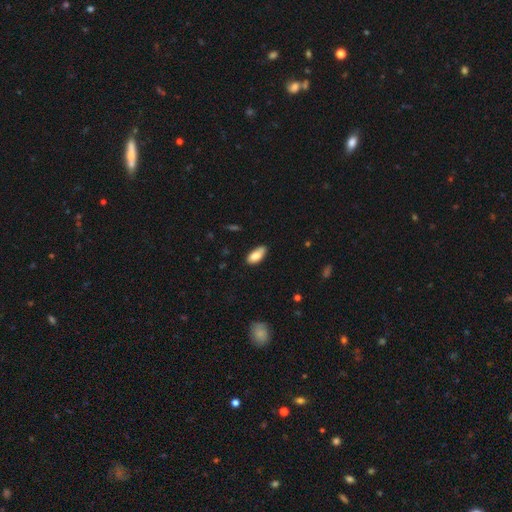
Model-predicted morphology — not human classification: A smooth galaxy with no disk features (83%) that is in between round and cigar-shaped (89%).

Vote fractions:
- Smooth or featured? smooth: 83% / featured or disk: 10% / star or artifact: 7%
- How rounded? in between: 89% / cigar-shaped: 9% / round: 2%
- Merging? none: 70% / minor disturbance: 24% / major disturbance: 4% / merger: 2%